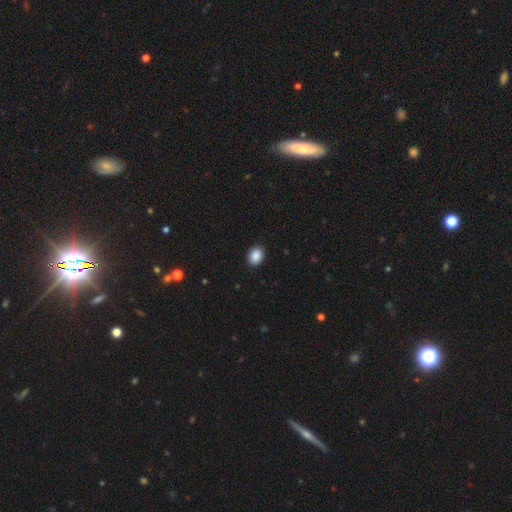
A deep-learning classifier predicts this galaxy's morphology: type=smooth (89%); roundness=in between (57%); merging=none (91%).